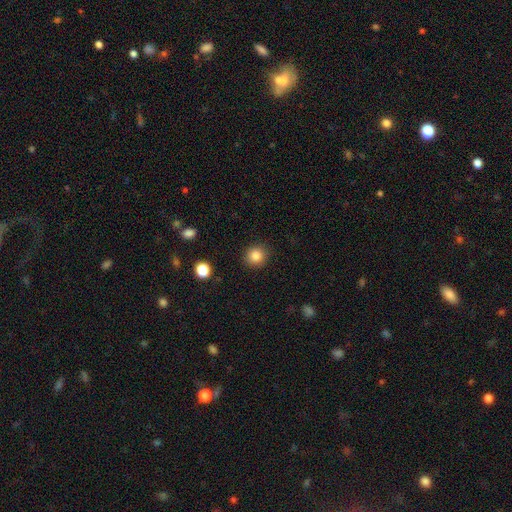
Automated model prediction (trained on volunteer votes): Smooth or featured? Predicted: smooth (p=0.85). How rounded? Predicted: round (p=0.89). Merging? Predicted: none (p=0.90).